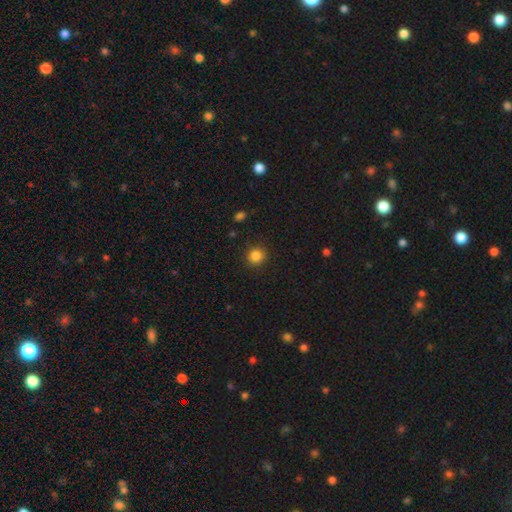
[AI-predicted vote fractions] smooth_or_featured: smooth (p=0.84) [alt: star or artifact p=0.12]
how_rounded: round (p=0.92) [alt: in between p=0.07]
merging: none (p=0.90) [alt: minor disturbance p=0.07]